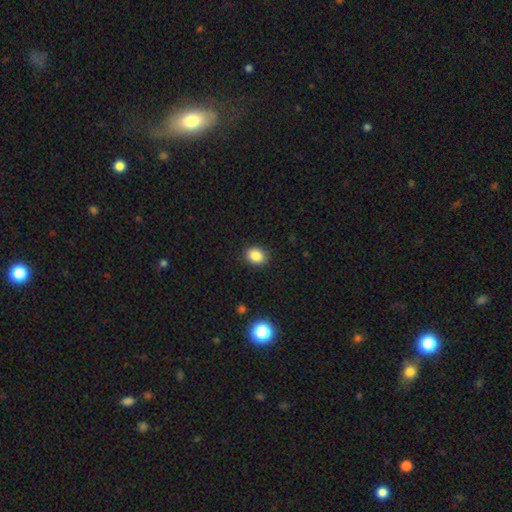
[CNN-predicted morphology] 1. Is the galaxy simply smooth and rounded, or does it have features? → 86% smooth, 10% star or artifact, 4% featured or disk.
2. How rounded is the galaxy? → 52% in between, 47% round, 1% cigar-shaped.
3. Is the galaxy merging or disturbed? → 89% none, 7% minor disturbance, 2% major disturbance, 1% merger.